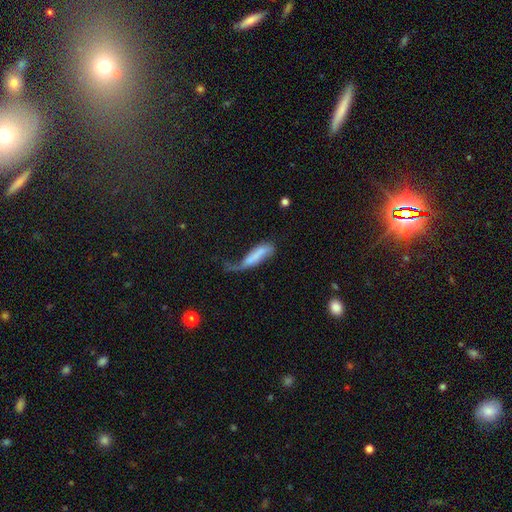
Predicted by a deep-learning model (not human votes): The model was most divided on "how rounded": cigar-shaped: 58%, in between: 39%, round: 3%. Remaining: smooth or featured — smooth (58%); merging — major disturbance (47%).